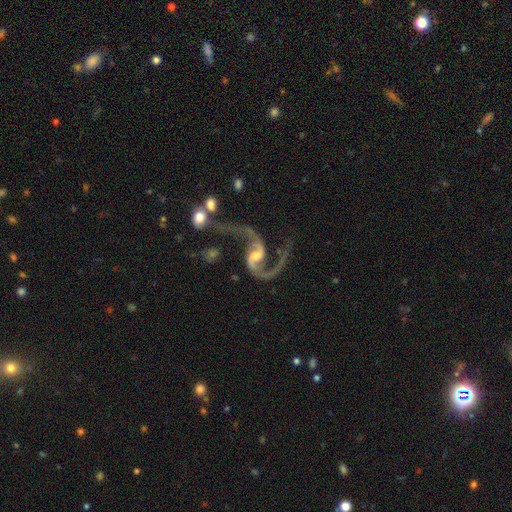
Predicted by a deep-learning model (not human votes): A featured or disk galaxy (93%) with a weak bar (48%), 2 (93%) loose (76%) spiral arms (98%) and a moderate central bulge (54%). Merging: none (47%).